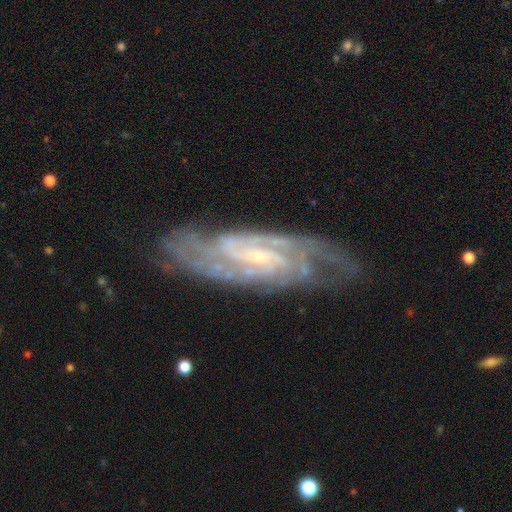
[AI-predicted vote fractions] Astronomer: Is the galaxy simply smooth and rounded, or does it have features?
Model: featured or disk — 89%.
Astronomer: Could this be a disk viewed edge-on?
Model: no — 91%.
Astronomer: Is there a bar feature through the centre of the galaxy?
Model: weak — 48% (runner-up: no, 29%).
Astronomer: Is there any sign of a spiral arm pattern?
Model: yes — 98%.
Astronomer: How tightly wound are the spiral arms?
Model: tight — 54% (runner-up: medium, 38%).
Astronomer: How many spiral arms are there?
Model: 2 — 36% (runner-up: can't tell, 22%).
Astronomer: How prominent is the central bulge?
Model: small — 72%.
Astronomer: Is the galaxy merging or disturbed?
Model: none — 76%.